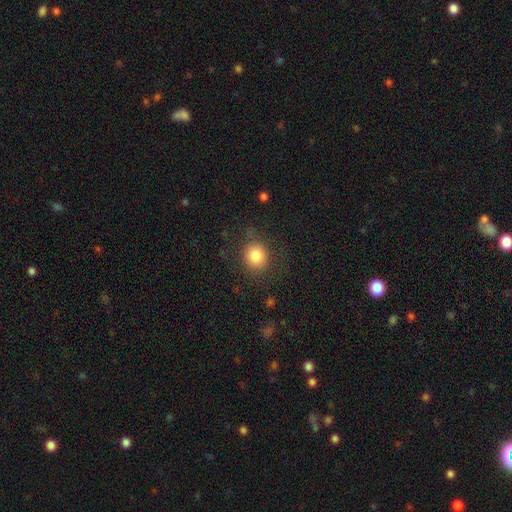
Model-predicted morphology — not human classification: smooth_or_featured: smooth (p=0.83) [alt: star or artifact p=0.10]
how_rounded: round (p=0.82) [alt: in between p=0.17]
merging: none (p=0.82) [alt: minor disturbance p=0.11]